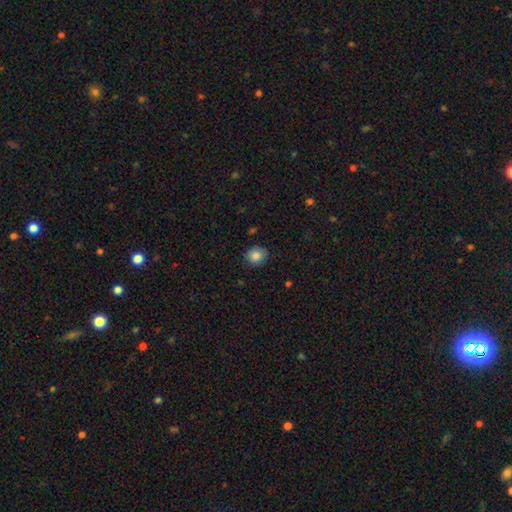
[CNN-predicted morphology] Smooth or featured: smooth — 84% (star or artifact — 10%)
How rounded: round — 84% (in between — 15%)
Merging: none — 87% (minor disturbance — 10%)